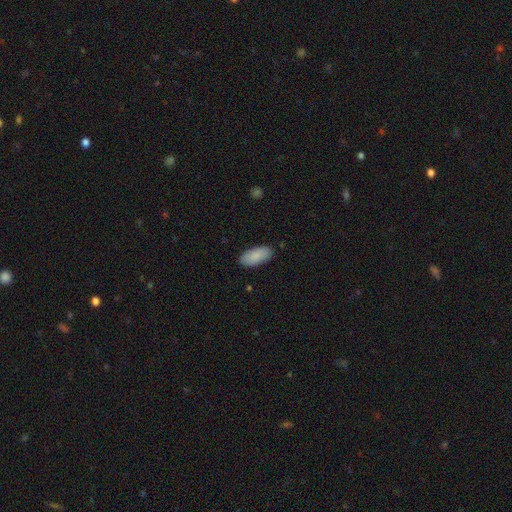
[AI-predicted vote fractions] smooth-or-featured: smooth: 89% | featured or disk: 6% | star or artifact: 6%
  how-rounded: in between: 91% | cigar-shaped: 7% | round: 2%
  merging: none: 87% | minor disturbance: 10% | major disturbance: 2% | merger: 1%